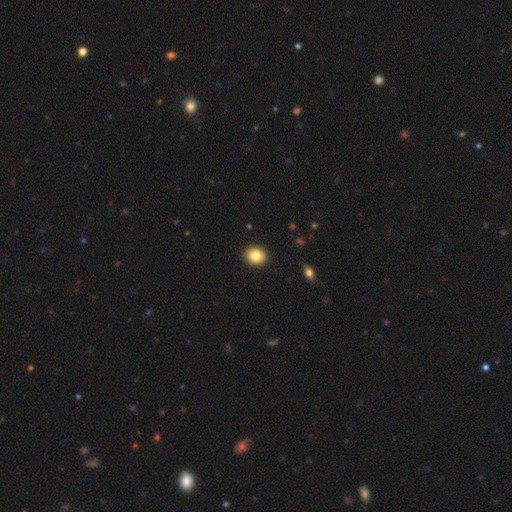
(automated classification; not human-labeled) Smooth or featured? smooth (83%)
How rounded? round (66%)
Merging? none (92%)